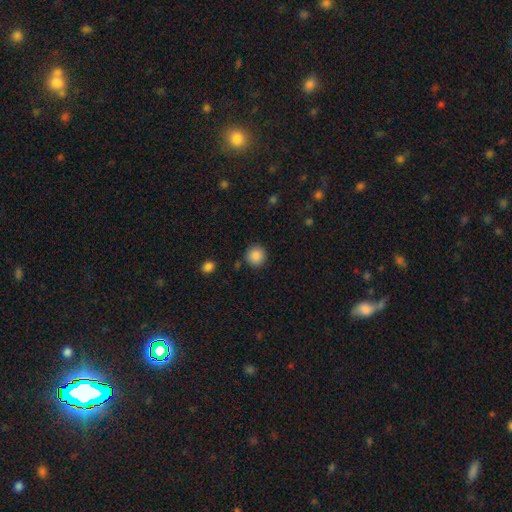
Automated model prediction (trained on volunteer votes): Overall: smooth (88%). How rounded: round (94%). Merging: none (89%).